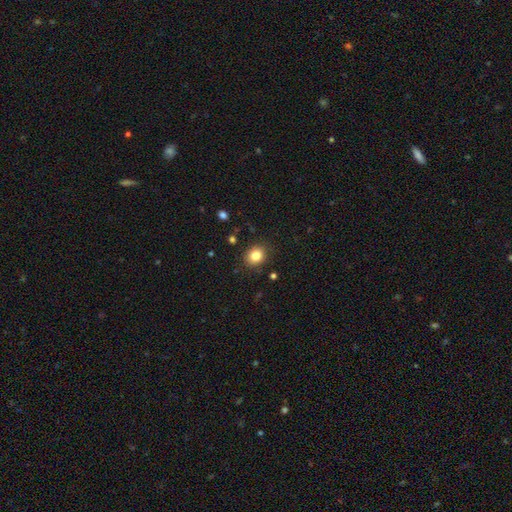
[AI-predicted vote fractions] smooth_or_featured: smooth (p=0.82) [alt: star or artifact p=0.11]
how_rounded: round (p=0.66) [alt: in between p=0.33]
merging: none (p=0.87) [alt: minor disturbance p=0.09]